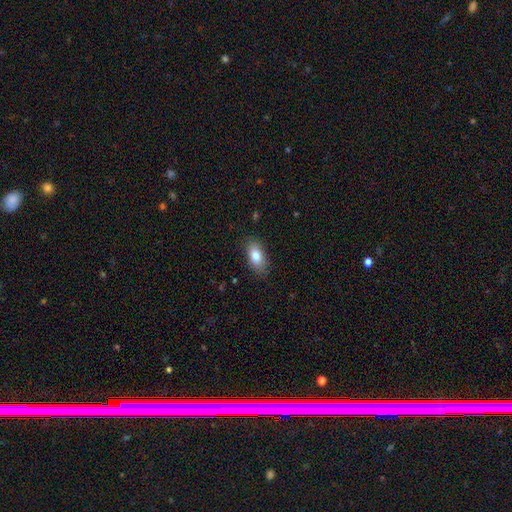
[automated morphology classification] This appears to be a smooth galaxy with no disk features (84%) that is in between round and cigar-shaped (90%). Merging: none (83%).